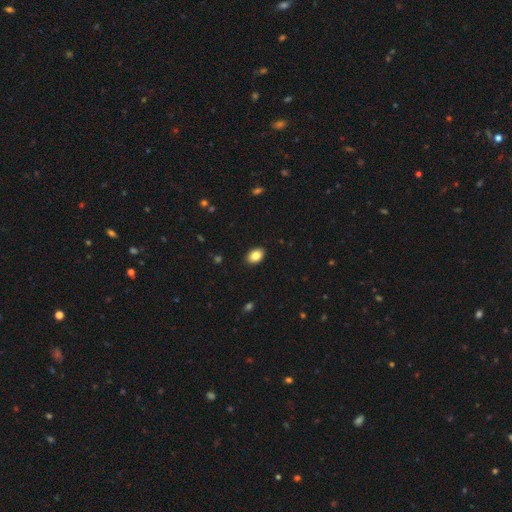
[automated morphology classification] Smooth or featured: smooth — 85% (star or artifact — 8%)
How rounded: in between — 80% (round — 19%)
Merging: none — 90% (minor disturbance — 7%)